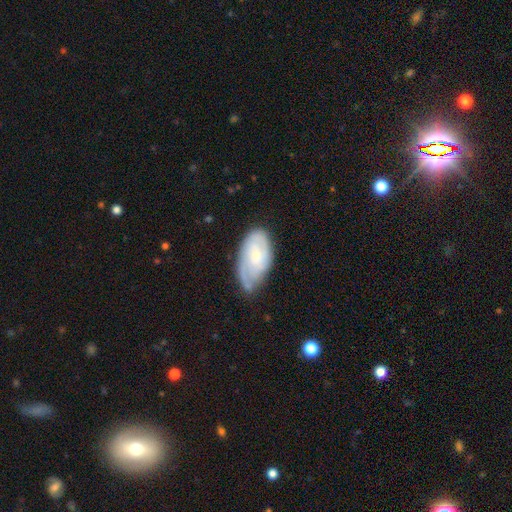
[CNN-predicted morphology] smooth-or-featured: featured or disk: 62% | smooth: 31% | star or artifact: 6%
  disk-edge-on: no: 95% | yes: 5%
    bar: no: 56% | weak: 38% | strong: 6%
    has-spiral-arms: yes: 89% | no: 11%
      spiral-winding: tight: 53% | medium: 35% | loose: 12%
      spiral-arm-count: 2: 38% | can't tell: 35% | 1: 12% | 3: 11% | 4: 3% | more than 4: 2%
    bulge-size: small: 62% | moderate: 27% | none: 8% | large: 3% | dominant: 1%
  merging: none: 53% | minor disturbance: 34% | major disturbance: 11% | merger: 2%